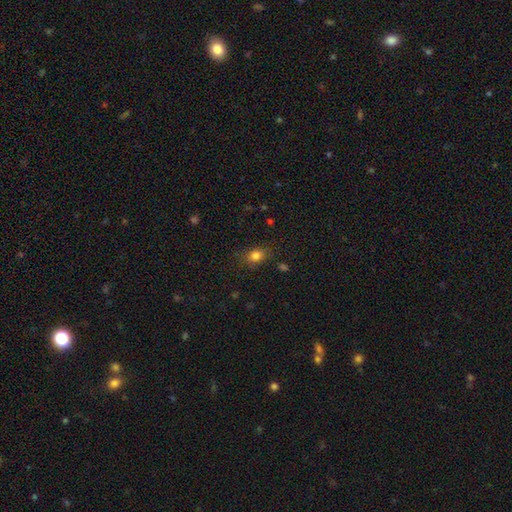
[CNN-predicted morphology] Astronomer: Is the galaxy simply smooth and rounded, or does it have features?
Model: smooth — 82%.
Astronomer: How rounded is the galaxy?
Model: in between — 64%.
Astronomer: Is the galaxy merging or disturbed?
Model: none — 81%.